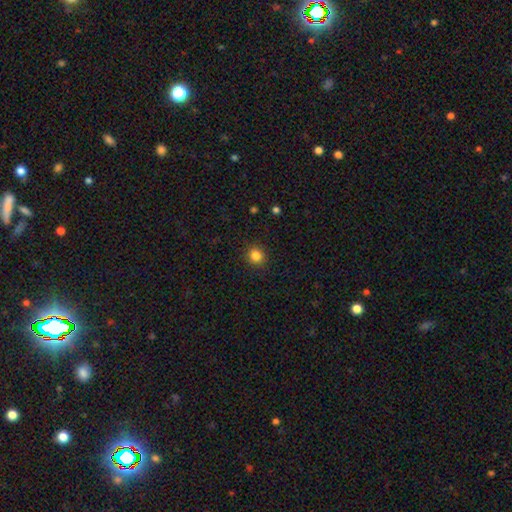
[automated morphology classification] The model was most divided on "smooth or featured": smooth: 83%, star or artifact: 12%, featured or disk: 5%. More confident: merging — none (91%); how rounded — round (88%).